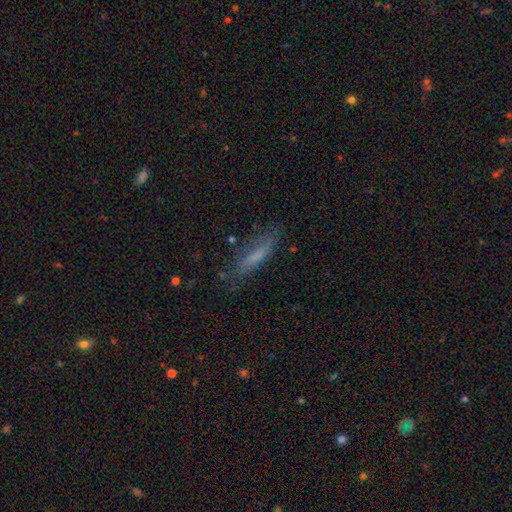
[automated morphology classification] Overall: smooth (61%; featured or disk 29%). How rounded: cigar-shaped (76%). Merging: none (70%).